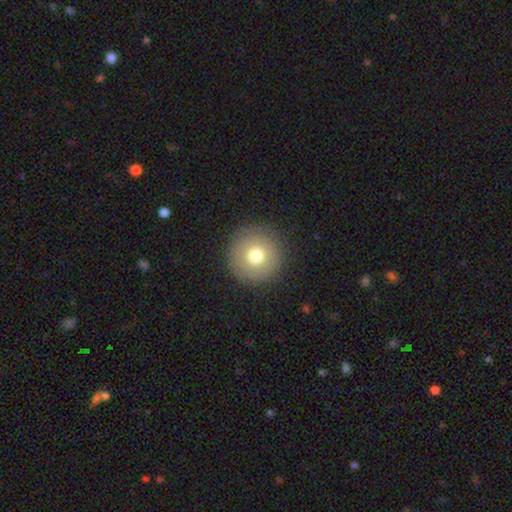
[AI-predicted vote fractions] A smooth galaxy with no disk features (74%) that is round (96%). Merging: none (89%).